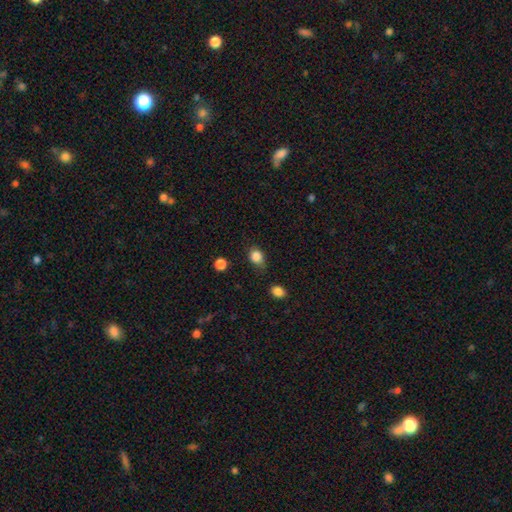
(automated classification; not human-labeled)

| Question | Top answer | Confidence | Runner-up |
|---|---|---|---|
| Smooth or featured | smooth | 86% | star or artifact (10%) |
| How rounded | round | 54% | in between (45%) |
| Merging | none | 66% | minor disturbance (25%) |